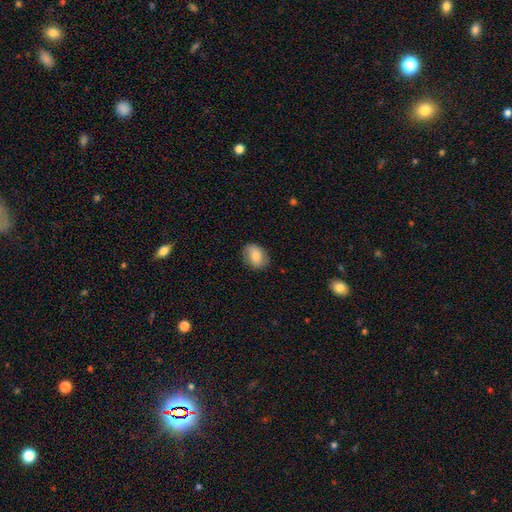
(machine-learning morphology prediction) Smooth or featured? smooth (75%)
How rounded? in between (65%)
Merging? none (80%)